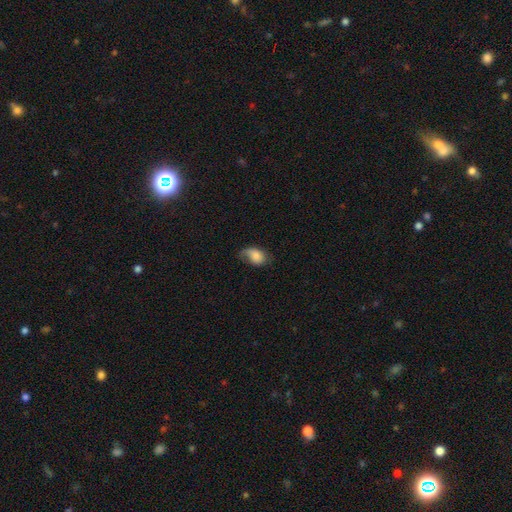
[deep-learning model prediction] smooth-or-featured: smooth: 72% | featured or disk: 20% | star or artifact: 8%
  how-rounded: in between: 83% | round: 15% | cigar-shaped: 2%
  merging: none: 41% | minor disturbance: 34% | major disturbance: 23% | merger: 2%